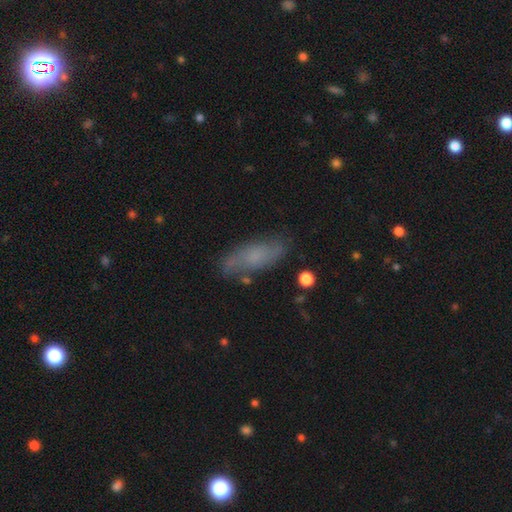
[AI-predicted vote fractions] Smooth or featured? Predicted: smooth (p=0.59). How rounded? Predicted: in between (p=0.64). Merging? Predicted: none (p=0.70).